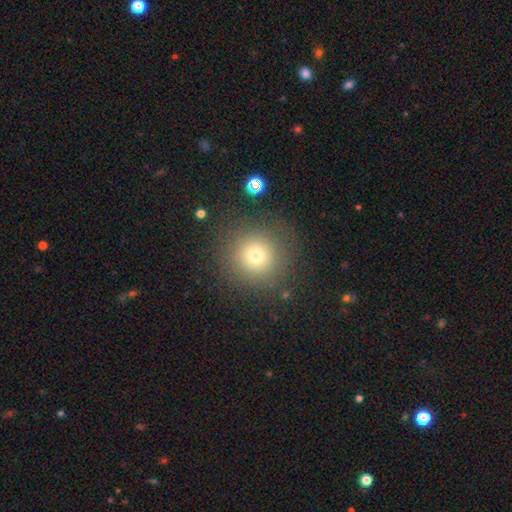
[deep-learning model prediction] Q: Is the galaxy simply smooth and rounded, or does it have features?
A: smooth — 72%.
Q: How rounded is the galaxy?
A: round — 94%.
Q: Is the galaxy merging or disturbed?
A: none — 86%.